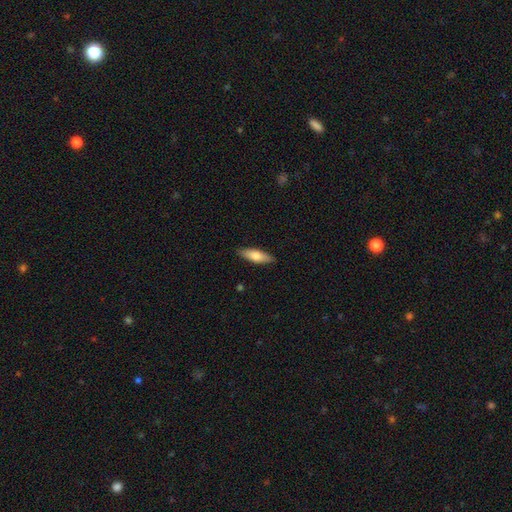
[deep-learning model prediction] smooth-or-featured: smooth: 73% | featured or disk: 21% | star or artifact: 6%
  how-rounded: in between: 50% | cigar-shaped: 48% | round: 2%
  merging: none: 88% | minor disturbance: 9% | major disturbance: 2% | merger: 1%